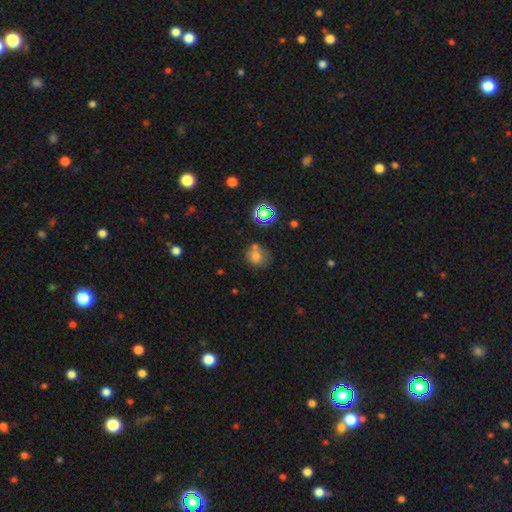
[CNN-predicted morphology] A smooth galaxy with no disk features (68%) that is round (75%). Merging: none (57%).